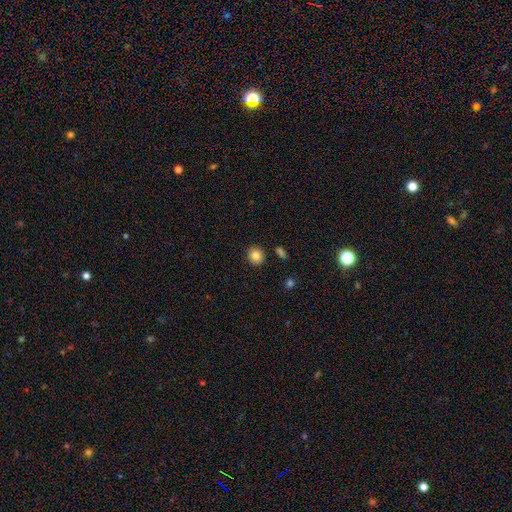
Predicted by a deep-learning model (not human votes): Smooth or featured?
  - smooth: 84% *
  - star or artifact: 10%
  - featured or disk: 6%
How rounded?
  - round: 87% *
  - in between: 12%
  - cigar-shaped: 1%
Merging?
  - none: 89% *
  - minor disturbance: 7%
  - merger: 3%
  - major disturbance: 2%